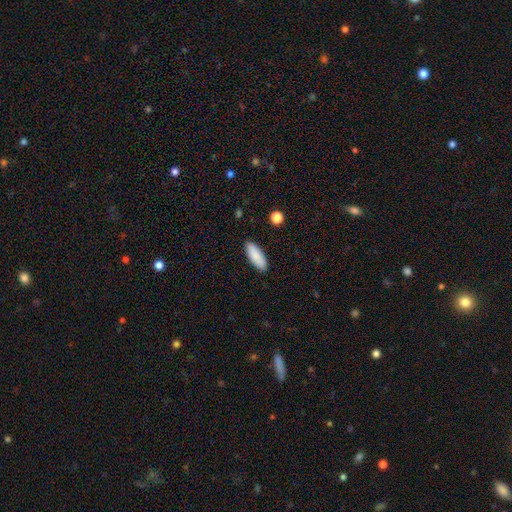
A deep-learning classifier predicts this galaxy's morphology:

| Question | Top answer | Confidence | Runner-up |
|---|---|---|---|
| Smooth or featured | smooth | 87% | featured or disk (7%) |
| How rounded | in between | 72% | cigar-shaped (26%) |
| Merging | none | 89% | minor disturbance (8%) |